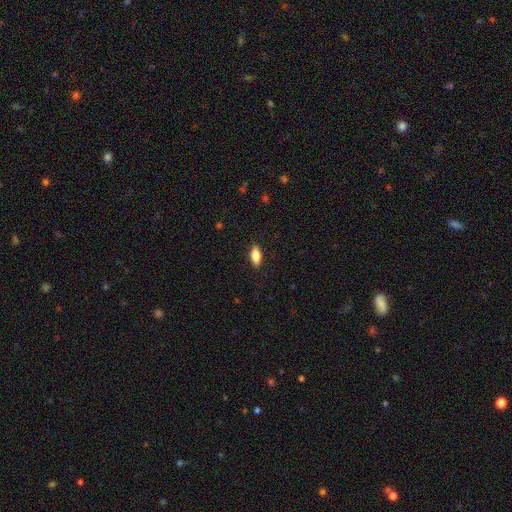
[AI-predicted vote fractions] This appears to be a smooth galaxy with no disk features (80%) that is in between round and cigar-shaped (78%). Merging: none (88%).